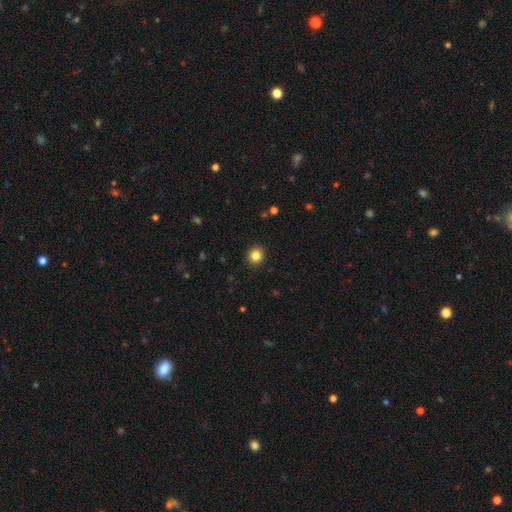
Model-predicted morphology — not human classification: smooth-or-featured: smooth: 83% | star or artifact: 12% | featured or disk: 5%
  how-rounded: round: 91% | in between: 8% | cigar-shaped: 1%
  merging: none: 92% | minor disturbance: 5% | major disturbance: 2% | merger: 1%